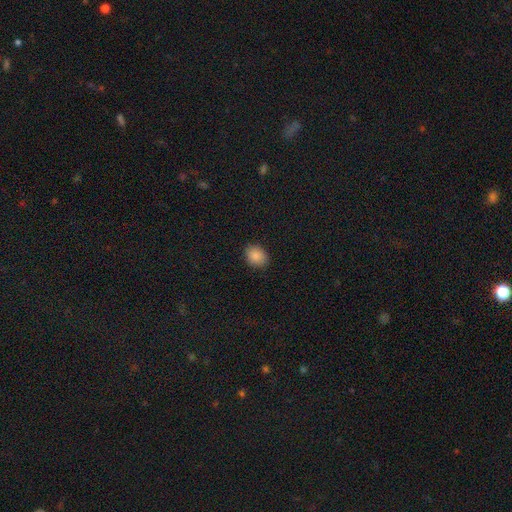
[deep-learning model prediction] A smooth galaxy with no disk features (87%) that is in between round and cigar-shaped (50%).

Vote fractions:
- Smooth or featured? smooth: 87% / star or artifact: 9% / featured or disk: 4%
- How rounded? in between: 50% / round: 49% / cigar-shaped: 1%
- Merging? none: 87% / minor disturbance: 9% / major disturbance: 2% / merger: 1%